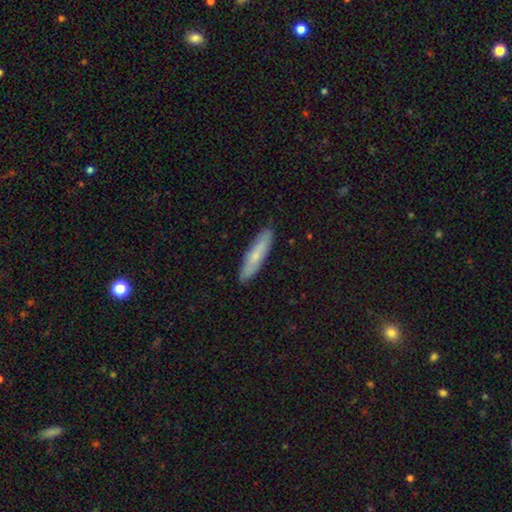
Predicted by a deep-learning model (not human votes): This is likely a smooth galaxy (71%). How rounded: clearly cigar-shaped (82%). Merging: clearly none (89%).